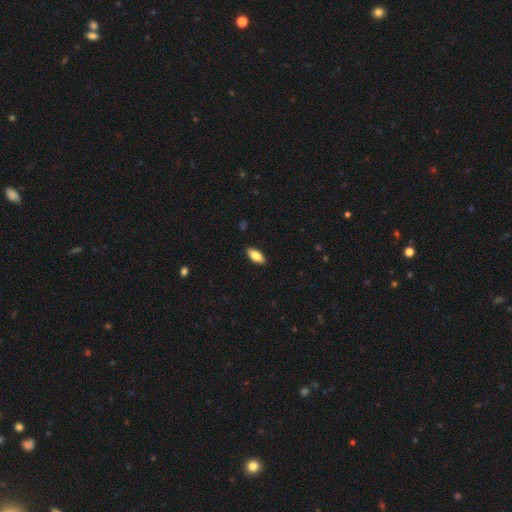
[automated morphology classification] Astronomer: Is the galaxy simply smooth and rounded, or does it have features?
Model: smooth — 82%.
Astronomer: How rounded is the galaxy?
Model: in between — 88%.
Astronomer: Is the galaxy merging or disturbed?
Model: none — 90%.